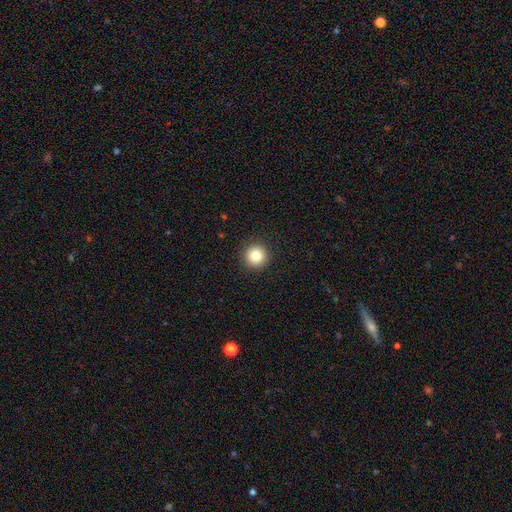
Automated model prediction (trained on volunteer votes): This appears to be a smooth galaxy with no disk features (82%) that is round (96%). Merging: none (92%).